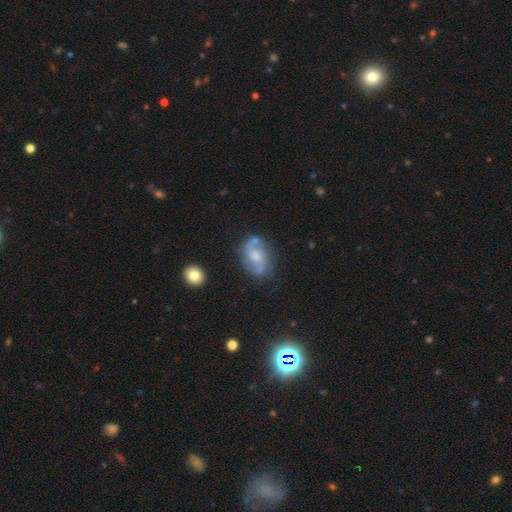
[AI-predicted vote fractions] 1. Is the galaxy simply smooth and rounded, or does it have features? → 65% featured or disk, 26% smooth, 9% star or artifact.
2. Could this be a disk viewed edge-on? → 96% no, 4% yes.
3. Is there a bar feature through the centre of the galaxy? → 56% no, 36% weak, 7% strong.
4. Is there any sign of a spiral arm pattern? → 83% yes, 17% no.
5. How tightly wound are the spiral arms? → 45% medium, 39% loose, 16% tight.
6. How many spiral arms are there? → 82% 2, 11% can't tell, 3% 1, 2% 3, 1% 4, 1% more than 4.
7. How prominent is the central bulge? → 51% moderate, 28% small, 11% large, 9% none, 2% dominant.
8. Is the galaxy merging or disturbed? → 62% none, 21% minor disturbance, 9% major disturbance, 8% merger.